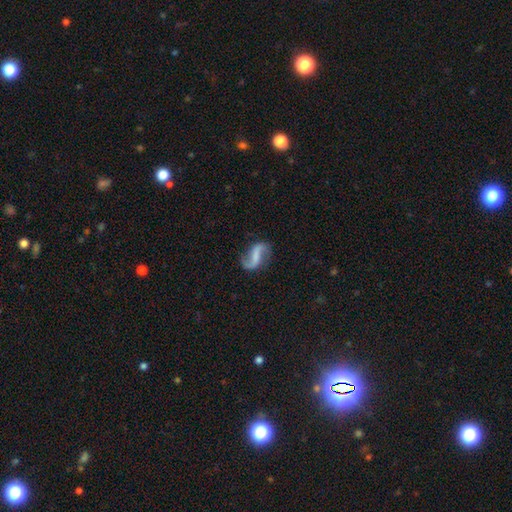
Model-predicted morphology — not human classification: Smooth or featured? Predicted: featured or disk (p=0.85). Edge-on disk? Predicted: no (p=0.98). Bar? Predicted: weak (p=0.40). Spiral arms? Predicted: yes (p=0.96). Spiral winding? Predicted: loose (p=0.75). Spiral arm count? Predicted: 2 (p=0.92). Bulge size? Predicted: none (p=0.56). Merging? Predicted: none (p=0.78).